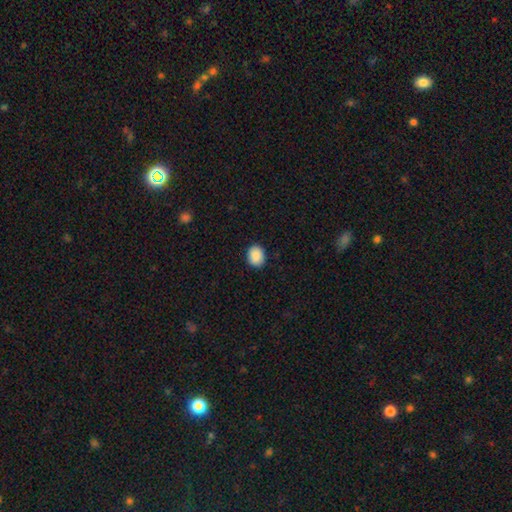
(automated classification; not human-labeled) smooth-or-featured: smooth: 90% | star or artifact: 7% | featured or disk: 3%
  how-rounded: in between: 54% | round: 46% | cigar-shaped: 1%
  merging: none: 89% | minor disturbance: 8% | major disturbance: 2% | merger: 1%